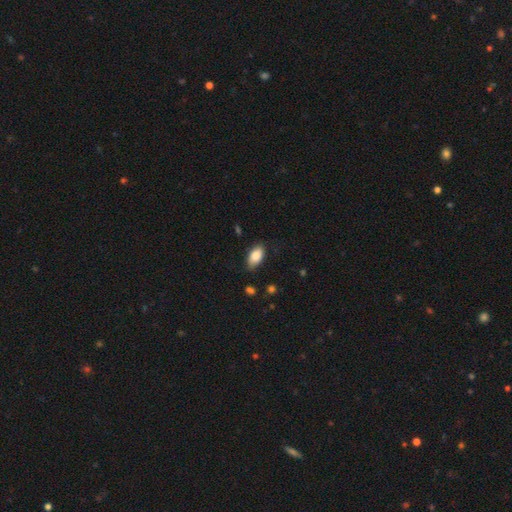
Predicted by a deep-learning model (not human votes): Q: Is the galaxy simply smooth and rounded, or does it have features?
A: smooth — 86%.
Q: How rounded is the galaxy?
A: in between — 93%.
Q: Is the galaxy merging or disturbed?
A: none — 77%.